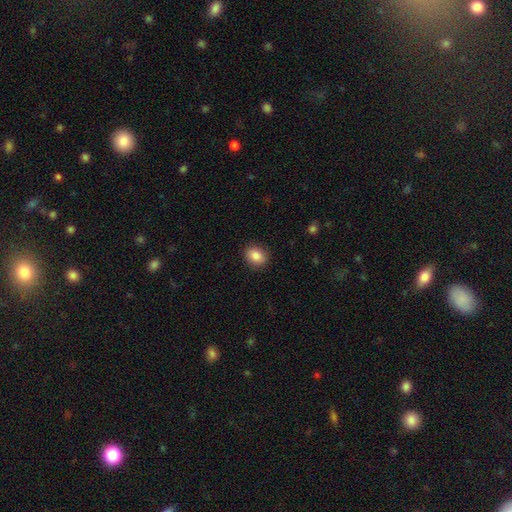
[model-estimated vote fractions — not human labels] Overall: smooth (86%). How rounded: round (53%; in between 46%). Merging: none (89%).